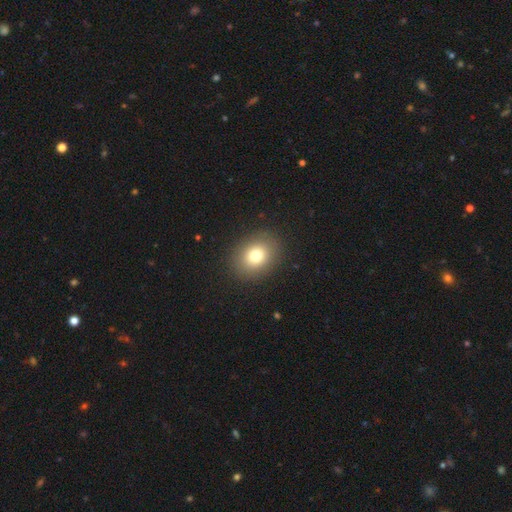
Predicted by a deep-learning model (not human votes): Smooth or featured: smooth — 77% (star or artifact — 12%)
How rounded: round — 51% (in between — 48%)
Merging: none — 89% (minor disturbance — 7%)